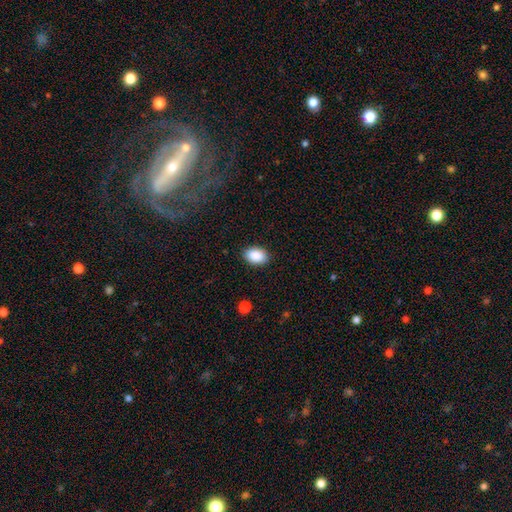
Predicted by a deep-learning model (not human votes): This is clearly a smooth galaxy (90%). How rounded: clearly in between (88%). Merging: clearly none (88%).